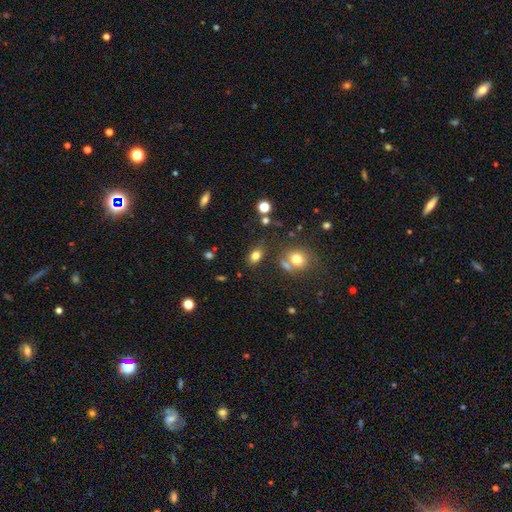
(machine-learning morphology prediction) smooth_or_featured: smooth (p=0.78) [alt: star or artifact p=0.14]
how_rounded: in between (p=0.76) [alt: round p=0.22]
merging: none (p=0.76) [alt: minor disturbance p=0.12]